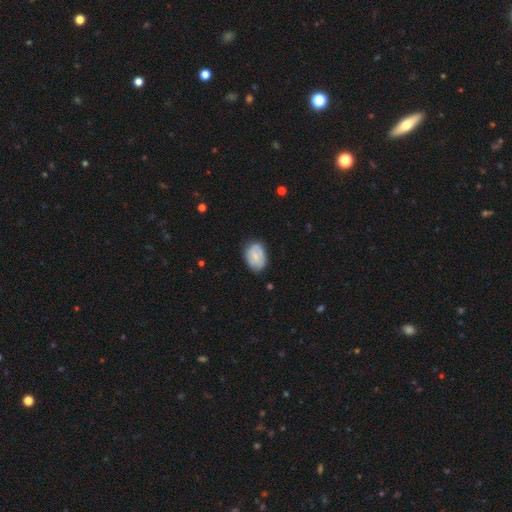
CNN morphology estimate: A smooth galaxy with no disk features (59%) that is in between round and cigar-shaped (83%). Merging: none (69%).